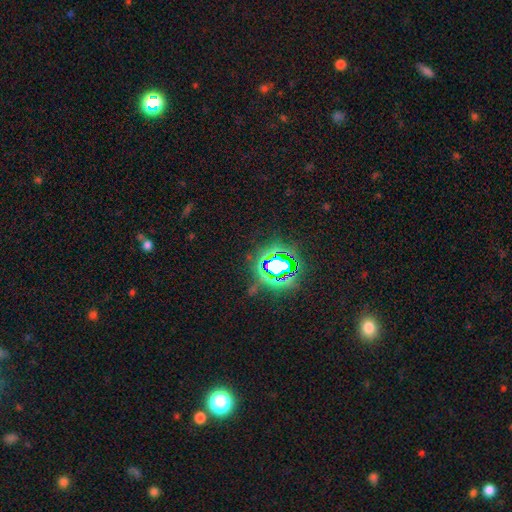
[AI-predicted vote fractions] Q: Smooth or featured?
A: star or artifact (80%); runner-up: smooth (13%)